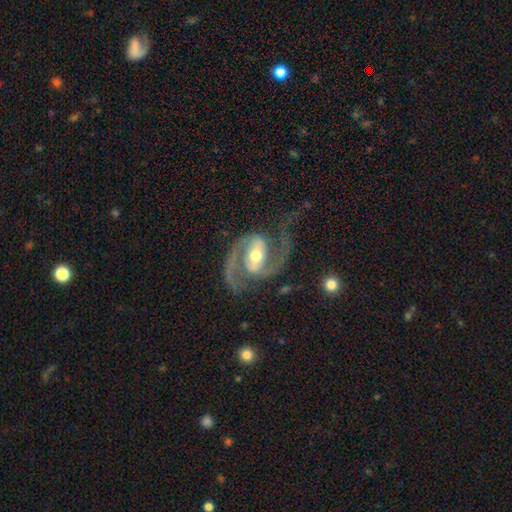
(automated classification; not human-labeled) Smooth or featured: featured or disk — 92% (star or artifact — 4%)
Edge-on disk: no — 98% (yes — 2%)
Bar: strong — 46% (weak — 39%)
Spiral arms: yes — 98% (no — 2%)
Spiral winding: medium — 61% (loose — 24%)
Spiral arm count: 2 — 93% (1 — 2%)
Bulge size: moderate — 70% (small — 19%)
Merging: none — 69% (minor disturbance — 15%)